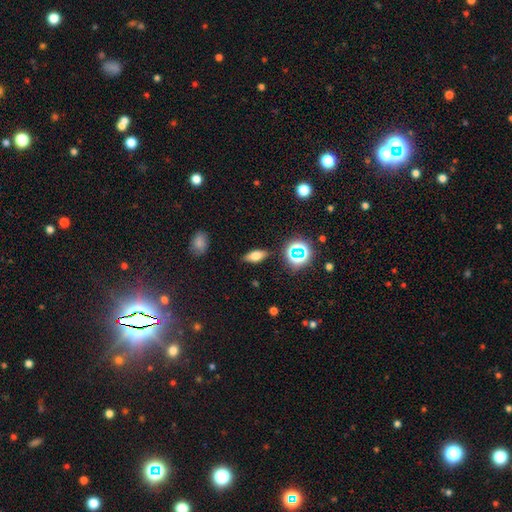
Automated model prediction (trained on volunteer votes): Smooth or featured: smooth — 67% (featured or disk — 18%)
How rounded: in between — 73% (cigar-shaped — 20%)
Merging: none — 85% (minor disturbance — 10%)